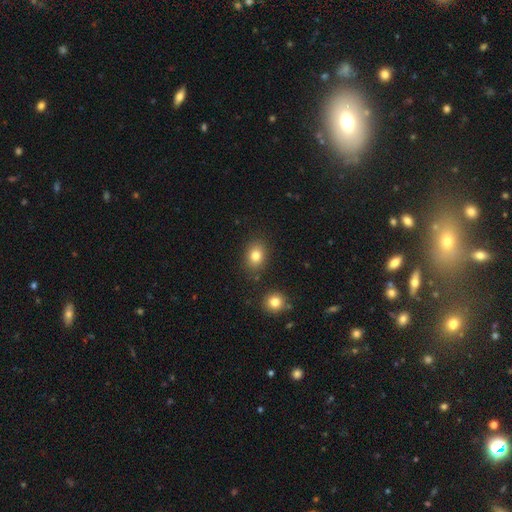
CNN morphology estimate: smooth-or-featured: smooth: 81% | star or artifact: 11% | featured or disk: 8%
  how-rounded: in between: 61% | round: 38% | cigar-shaped: 1%
  merging: none: 82% | minor disturbance: 10% | merger: 5% | major disturbance: 3%